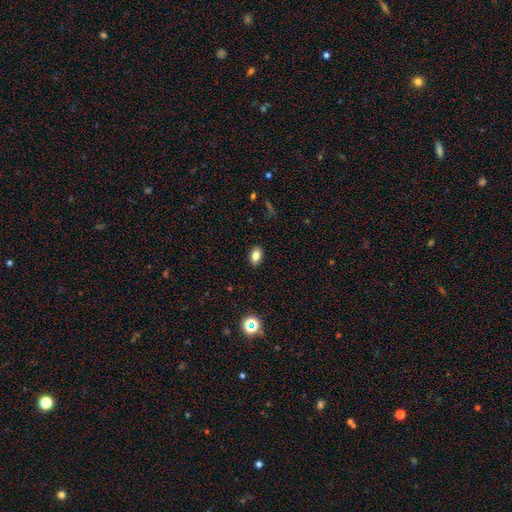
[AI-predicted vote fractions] The model was most divided on "how rounded": in between: 84%, round: 15%, cigar-shaped: 2%. More confident: merging — none (89%); smooth or featured — smooth (80%).